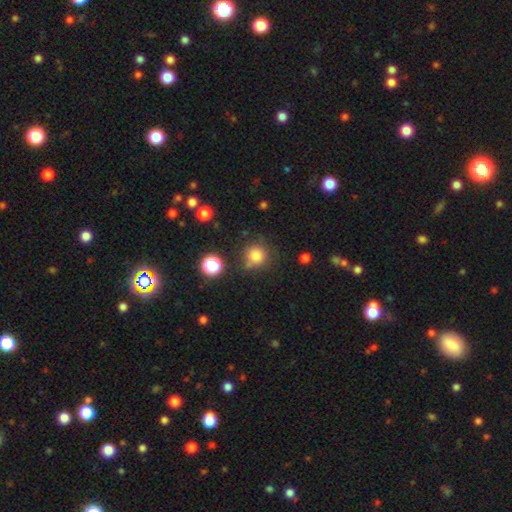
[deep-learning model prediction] Smooth or featured? smooth (80%)
How rounded? round (92%)
Merging? none (74%)